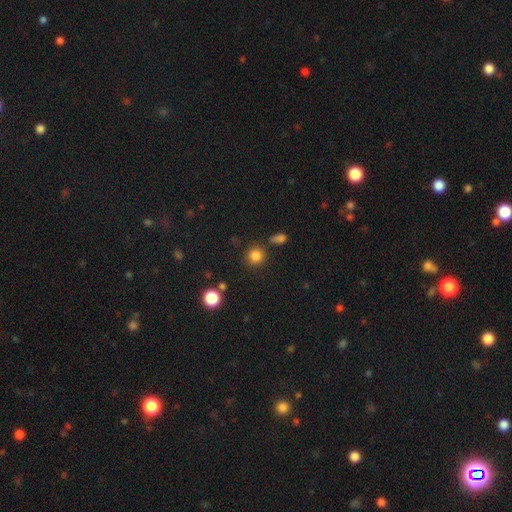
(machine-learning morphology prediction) Overall: smooth (83%). How rounded: round (92%). Merging: none (82%).